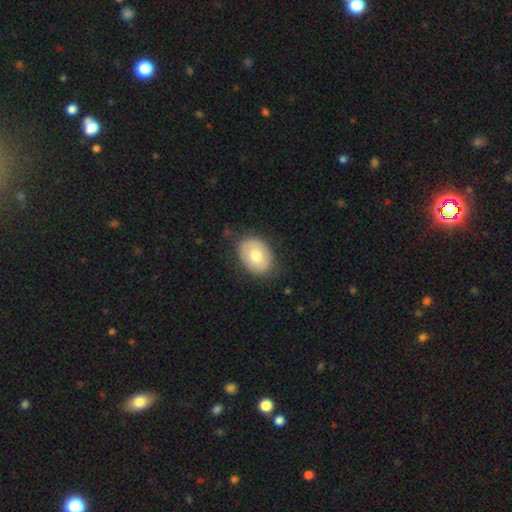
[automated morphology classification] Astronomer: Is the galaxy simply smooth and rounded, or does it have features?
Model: smooth — 70%.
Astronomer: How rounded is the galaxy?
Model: in between — 73%.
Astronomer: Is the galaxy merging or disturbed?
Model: none — 82%.